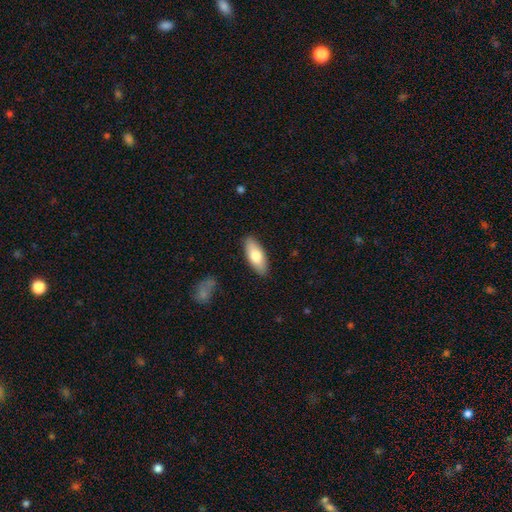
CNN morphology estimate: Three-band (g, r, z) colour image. It shows a smooth galaxy with no disk features (75%) that is in between round and cigar-shaped (80%). Merging: none (88%).